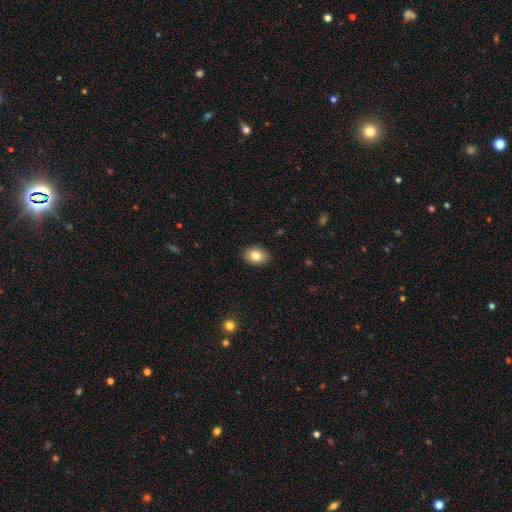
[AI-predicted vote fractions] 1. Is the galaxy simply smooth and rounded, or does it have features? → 82% smooth, 10% featured or disk, 8% star or artifact.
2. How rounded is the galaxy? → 68% in between, 31% round, 1% cigar-shaped.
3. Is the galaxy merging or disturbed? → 90% none, 8% minor disturbance, 2% major disturbance, 1% merger.